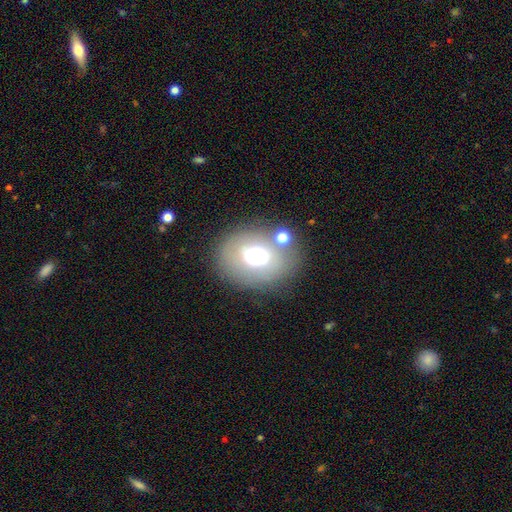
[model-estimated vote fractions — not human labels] The model was most divided on "how rounded": round: 50%, in between: 49%, cigar-shaped: 1%. More confident: merging — none (68%); smooth or featured — smooth (60%).